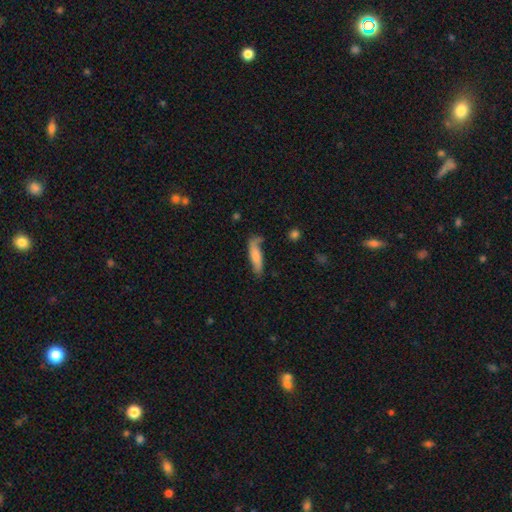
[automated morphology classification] A smooth galaxy with no disk features (67%) that is cigar-shaped (65%).

Vote fractions:
- Smooth or featured? smooth: 67% / featured or disk: 27% / star or artifact: 7%
- How rounded? cigar-shaped: 65% / in between: 33% / round: 2%
- Merging? none: 55% / minor disturbance: 28% / major disturbance: 11% / merger: 6%